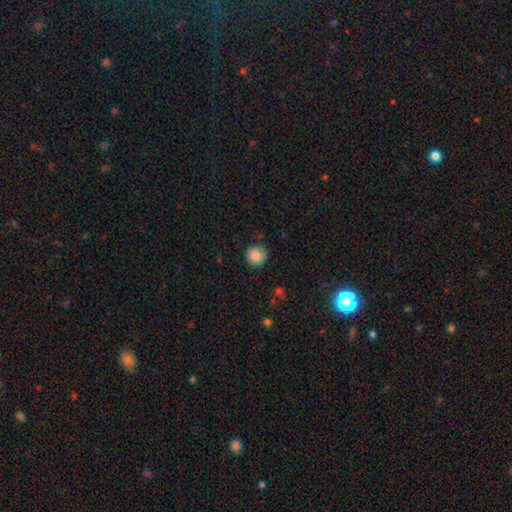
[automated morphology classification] Smooth or featured? smooth (81%)
How rounded? round (91%)
Merging? none (78%)